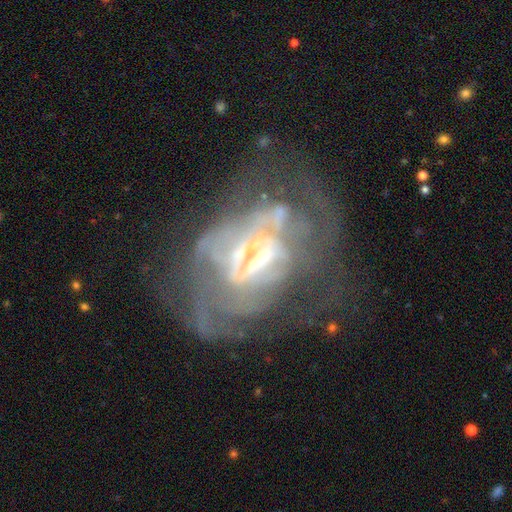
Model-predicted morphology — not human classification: smooth-or-featured: featured or disk: 77% | star or artifact: 12% | smooth: 12%
  disk-edge-on: no: 95% | yes: 5%
    bar: no: 42% | weak: 32% | strong: 25%
    has-spiral-arms: yes: 51% | no: 49%
    bulge-size: moderate: 38% | small: 25% | none: 18% | large: 16% | dominant: 3%
  merging: major disturbance: 43% | none: 32% | minor disturbance: 17% | merger: 8%